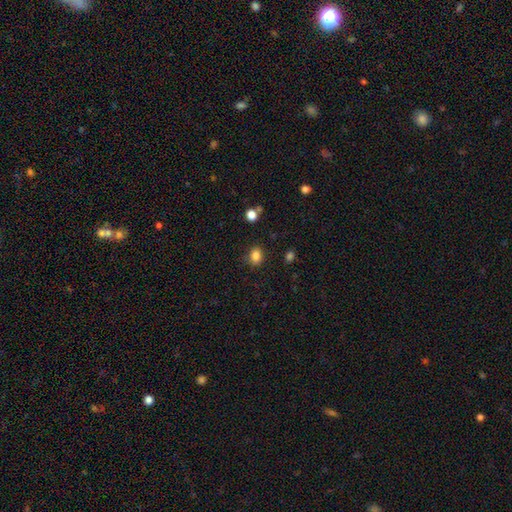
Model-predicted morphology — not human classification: A smooth galaxy with no disk features (84%) that is in between round and cigar-shaped (53%). Merging: none (81%).